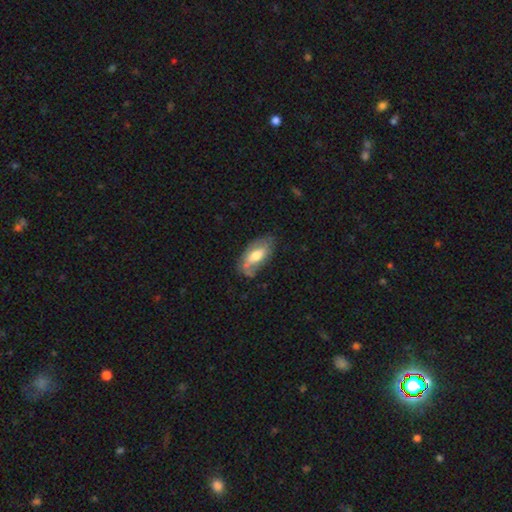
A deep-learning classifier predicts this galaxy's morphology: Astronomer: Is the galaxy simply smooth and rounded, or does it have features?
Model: smooth — 52% (runner-up: featured or disk, 42%).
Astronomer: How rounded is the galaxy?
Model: in between — 89%.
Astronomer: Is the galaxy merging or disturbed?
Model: none — 55%.